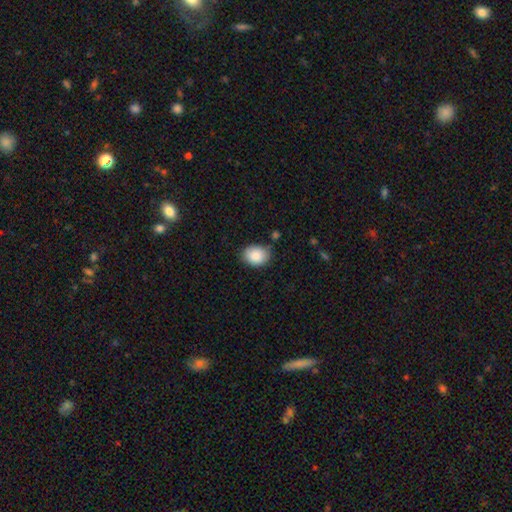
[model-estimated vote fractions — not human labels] Morphology: type=smooth (87%); roundness=in between (57%); merging=none (80%).